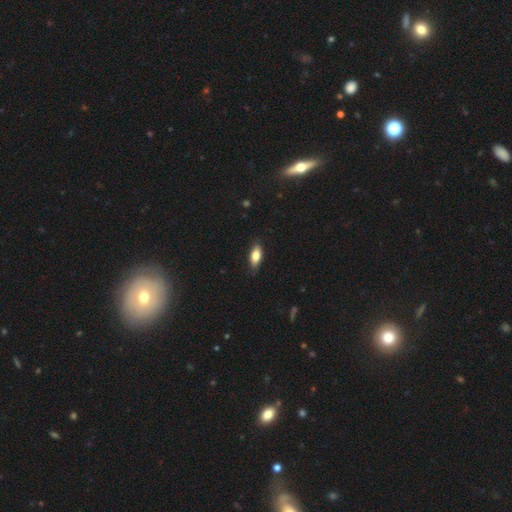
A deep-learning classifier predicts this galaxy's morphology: smooth-or-featured: smooth: 80% | featured or disk: 13% | star or artifact: 7%
  how-rounded: in between: 81% | cigar-shaped: 16% | round: 3%
  merging: none: 80% | minor disturbance: 16% | major disturbance: 3% | merger: 1%